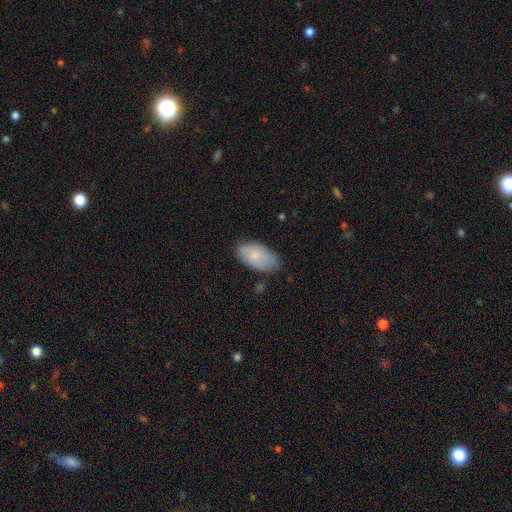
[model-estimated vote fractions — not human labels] Smooth or featured? smooth (79%)
How rounded? in between (95%)
Merging? none (73%)